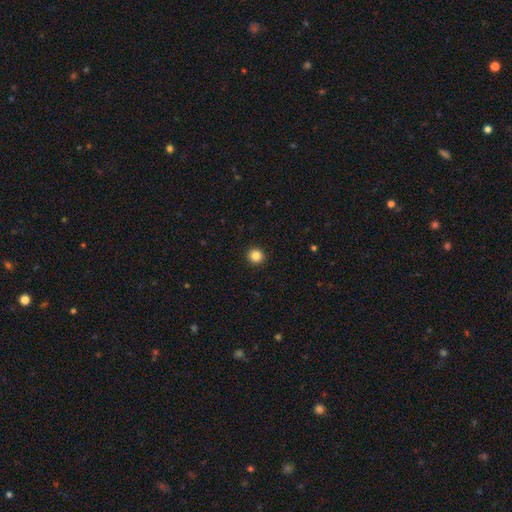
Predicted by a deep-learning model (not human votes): smooth-or-featured: smooth: 85% | star or artifact: 11% | featured or disk: 4%
  how-rounded: round: 95% | in between: 4% | cigar-shaped: 1%
  merging: none: 94% | minor disturbance: 4% | major disturbance: 1% | merger: 1%